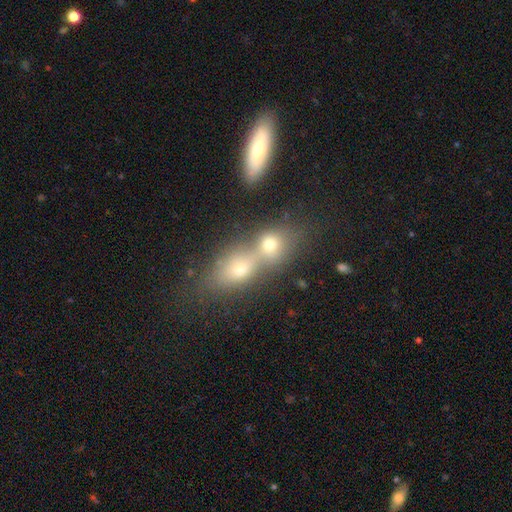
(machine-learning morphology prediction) Overall: smooth (56%; featured or disk 26%). How rounded: in between (51%; round 33%). Merging: merger (58%; none 31%).